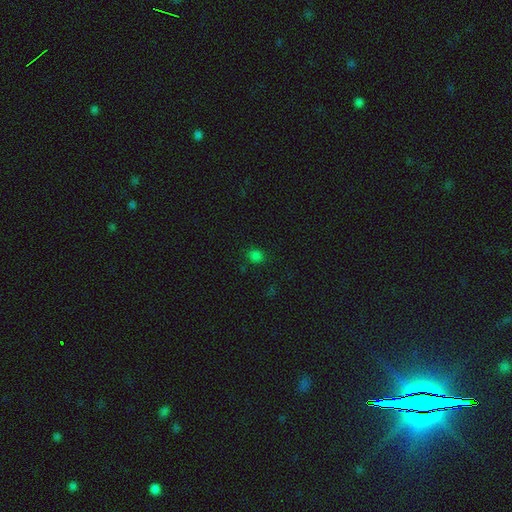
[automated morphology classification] Smooth or featured? Predicted: smooth (p=0.77). How rounded? Predicted: round (p=0.77). Merging? Predicted: none (p=0.85).